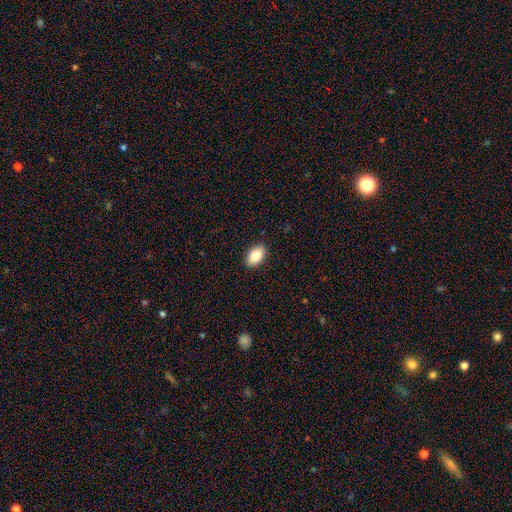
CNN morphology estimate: Q: Smooth or featured?
A: smooth (85%); runner-up: featured or disk (8%)
Q: How rounded?
A: in between (91%); runner-up: round (7%)
Q: Merging?
A: none (90%); runner-up: minor disturbance (7%)